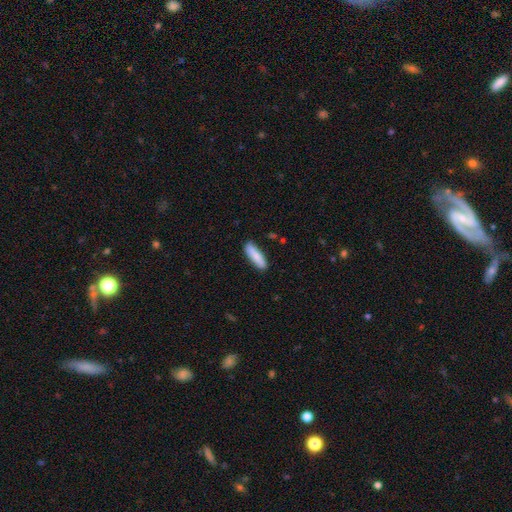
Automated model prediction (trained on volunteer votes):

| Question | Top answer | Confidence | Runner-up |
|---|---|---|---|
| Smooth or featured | smooth | 86% | featured or disk (9%) |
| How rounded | cigar-shaped | 66% | in between (33%) |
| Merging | none | 87% | minor disturbance (10%) |